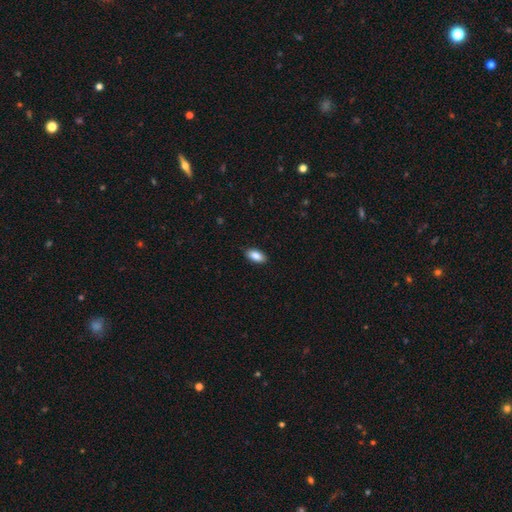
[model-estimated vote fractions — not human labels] The model was most divided on "merging": none: 88%, minor disturbance: 9%, major disturbance: 2%, merger: 1%. More confident: how rounded — in between (92%); smooth or featured — smooth (87%).